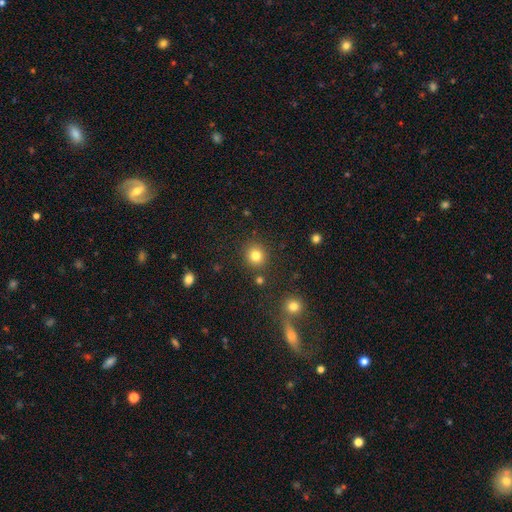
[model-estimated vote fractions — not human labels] smooth_or_featured: smooth (p=0.82) [alt: star or artifact p=0.12]
how_rounded: round (p=0.88) [alt: in between p=0.11]
merging: none (p=0.86) [alt: minor disturbance p=0.07]